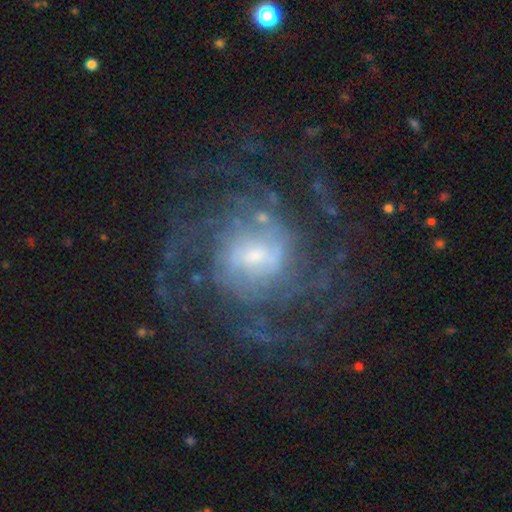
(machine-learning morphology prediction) Q: Smooth or featured?
A: featured or disk (86%); runner-up: star or artifact (8%)
Q: Edge-on disk?
A: no (97%); runner-up: yes (3%)
Q: Bar?
A: weak (49%); runner-up: no (34%)
Q: Spiral arms?
A: yes (95%); runner-up: no (5%)
Q: Spiral winding?
A: tight (41%); runner-up: medium (40%)
Q: Spiral arm count?
A: can't tell (32%); runner-up: 2 (17%)
Q: Bulge size?
A: small (53%); runner-up: moderate (33%)
Q: Merging?
A: none (69%); runner-up: major disturbance (16%)